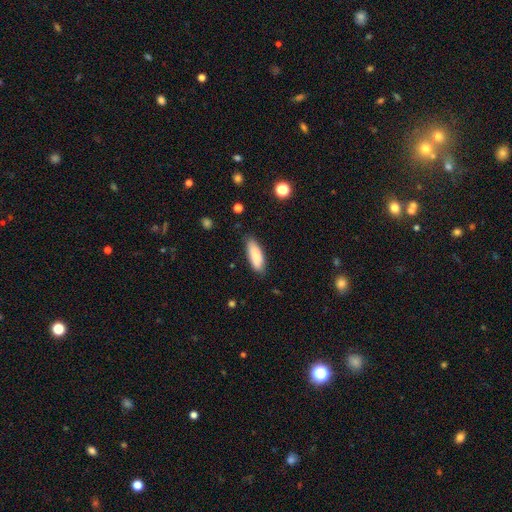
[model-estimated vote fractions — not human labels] The model was most divided on "how rounded": in between: 59%, cigar-shaped: 40%, round: 2%. More confident: smooth or featured — smooth (83%); merging — none (81%).